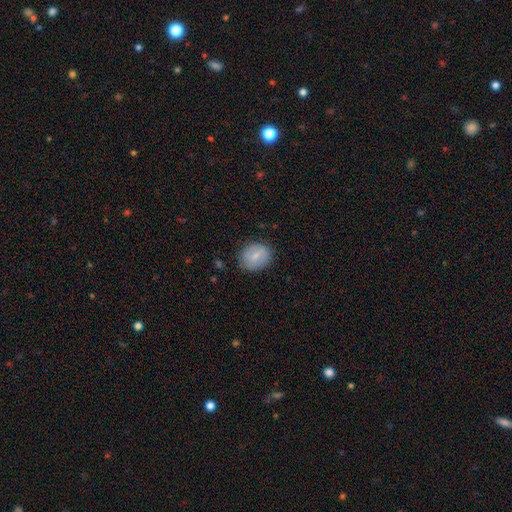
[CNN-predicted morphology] type=smooth (69%); roundness=round (55%); merging=none (81%).